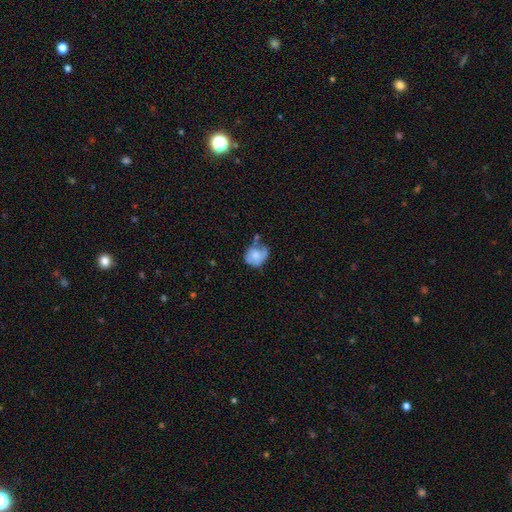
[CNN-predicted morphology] Smooth or featured: smooth — 57% (featured or disk — 36%)
How rounded: round — 64% (in between — 35%)
Merging: none — 39% (minor disturbance — 33%)